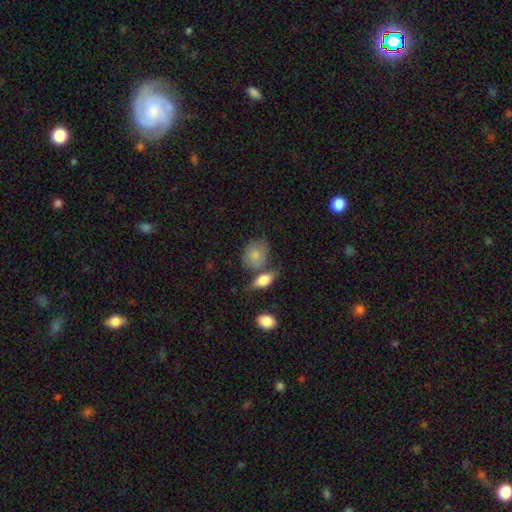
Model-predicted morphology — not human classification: A smooth galaxy with no disk features (78%) that is round (50%).

Vote fractions:
- Smooth or featured? smooth: 78% / featured or disk: 16% / star or artifact: 7%
- How rounded? round: 50% / in between: 48% / cigar-shaped: 2%
- Merging? none: 51% / merger: 22% / minor disturbance: 20% / major disturbance: 7%